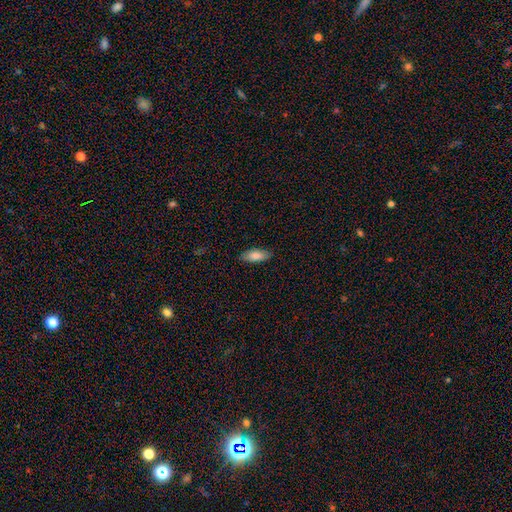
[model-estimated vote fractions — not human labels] Smooth or featured? Predicted: smooth (p=0.83). How rounded? Predicted: in between (p=0.78). Merging? Predicted: none (p=0.86).